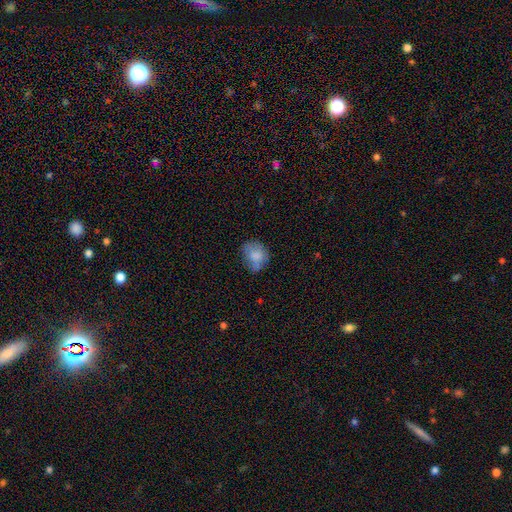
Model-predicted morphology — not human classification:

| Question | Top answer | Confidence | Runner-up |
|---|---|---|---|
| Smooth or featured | smooth | 74% | featured or disk (17%) |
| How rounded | in between | 51% | round (48%) |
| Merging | none | 53% | minor disturbance (31%) |